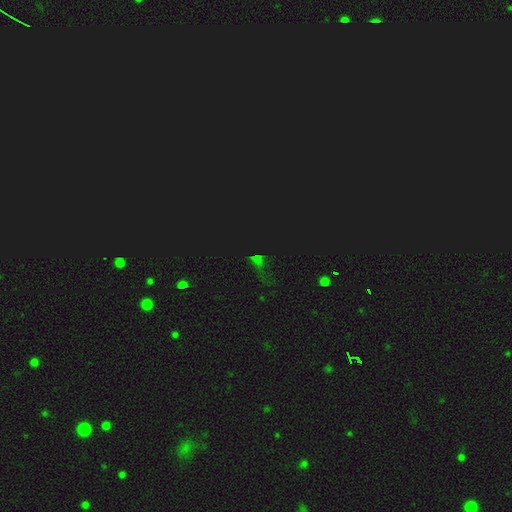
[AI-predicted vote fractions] smooth_or_featured: star or artifact (p=0.71) [alt: smooth p=0.20]